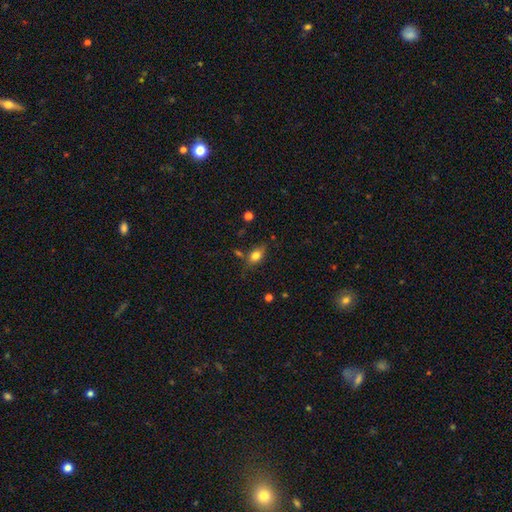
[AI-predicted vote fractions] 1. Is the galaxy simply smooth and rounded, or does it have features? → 77% smooth, 13% featured or disk, 9% star or artifact.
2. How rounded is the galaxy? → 82% in between, 12% round, 5% cigar-shaped.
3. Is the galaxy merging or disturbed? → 68% none, 20% minor disturbance, 6% merger, 6% major disturbance.